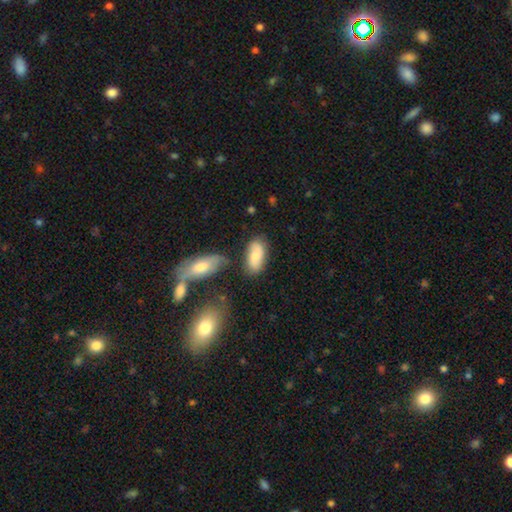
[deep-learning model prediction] Smooth or featured?
  - smooth: 66% *
  - featured or disk: 27%
  - star or artifact: 7%
How rounded?
  - in between: 90% *
  - cigar-shaped: 6%
  - round: 4%
Merging?
  - none: 70% *
  - minor disturbance: 17%
  - merger: 9%
  - major disturbance: 5%